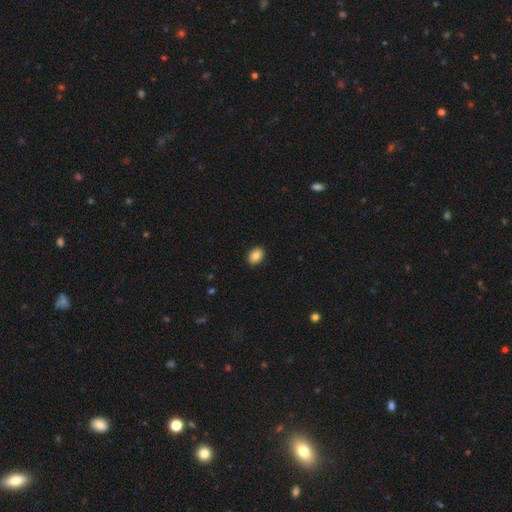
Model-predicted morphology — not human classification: Smooth or featured: smooth — 85% (star or artifact — 8%)
How rounded: in between — 74% (round — 24%)
Merging: none — 91% (minor disturbance — 7%)